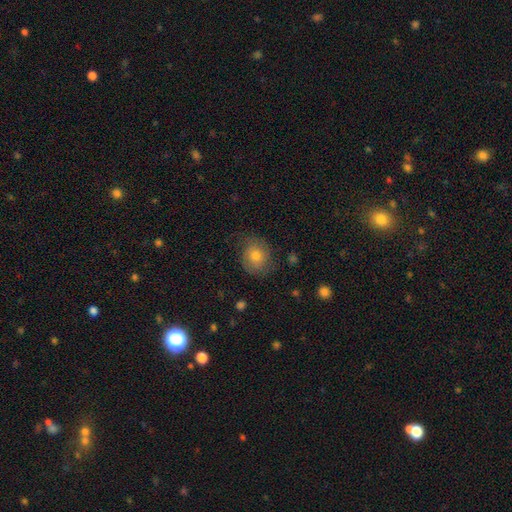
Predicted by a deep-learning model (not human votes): Overall: smooth (64%; featured or disk 24%). How rounded: round (74%). Merging: none (71%).